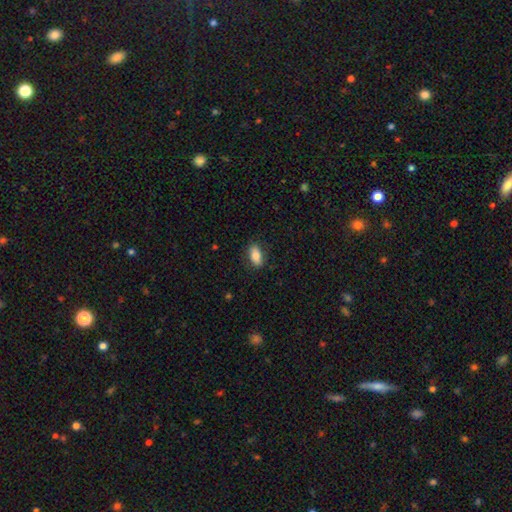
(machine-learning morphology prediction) Q: Smooth or featured?
A: smooth (82%); runner-up: featured or disk (11%)
Q: How rounded?
A: in between (89%); runner-up: cigar-shaped (7%)
Q: Merging?
A: none (84%); runner-up: minor disturbance (12%)